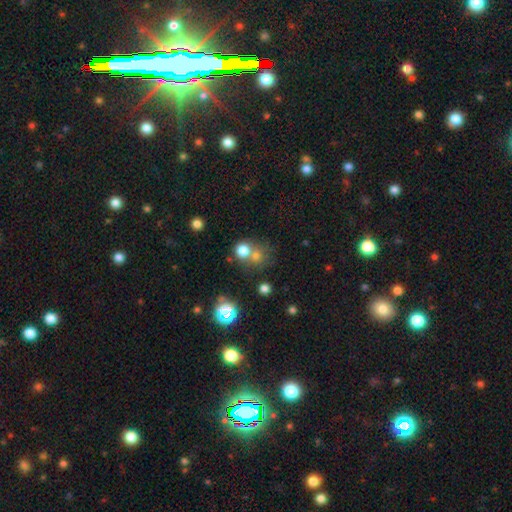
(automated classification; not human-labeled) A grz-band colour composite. It shows a smooth galaxy with no disk features (70%) that is round (84%). Merging: none (49%).